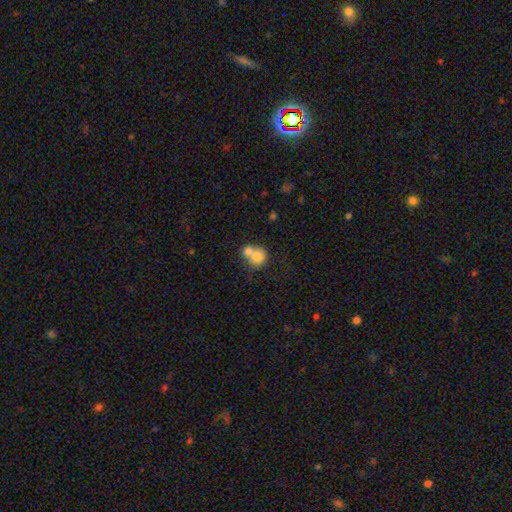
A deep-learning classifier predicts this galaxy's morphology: A smooth galaxy with no disk features (75%) that is round (78%).

Vote fractions:
- Smooth or featured? smooth: 75% / featured or disk: 16% / star or artifact: 9%
- How rounded? round: 78% / in between: 21% / cigar-shaped: 1%
- Merging? merger: 61% / none: 28% / minor disturbance: 7% / major disturbance: 4%